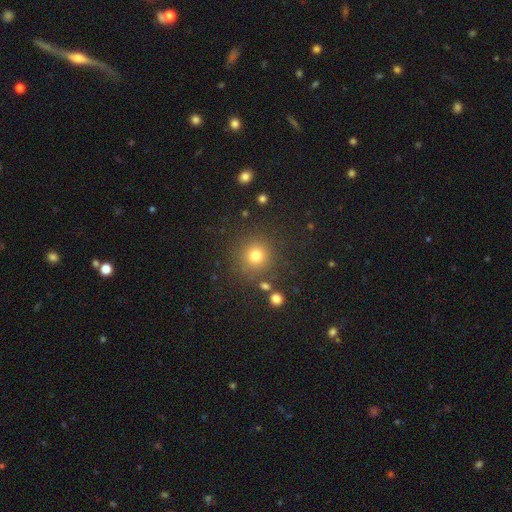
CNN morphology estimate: smooth 77%, star or artifact 16%, featured or disk 7%. Down the decision tree: how rounded — round (93%); merging — none (85%).